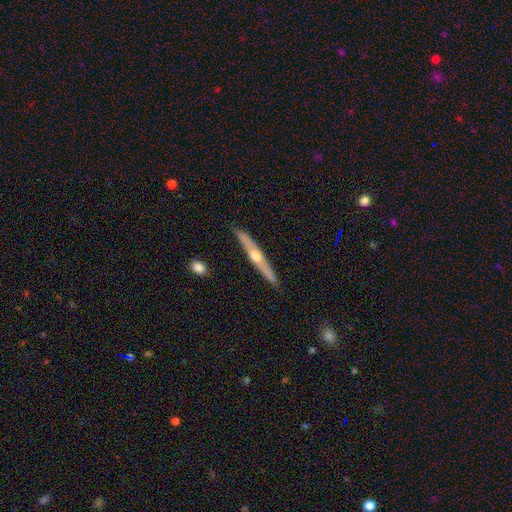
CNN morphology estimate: smooth_or_featured: featured or disk (p=0.73) [alt: smooth p=0.21]
disk_edge_on: yes (p=0.97) [alt: no p=0.03]
edge_on_bulge: rounded (p=0.92) [alt: none p=0.06]
merging: none (p=0.90) [alt: minor disturbance p=0.07]